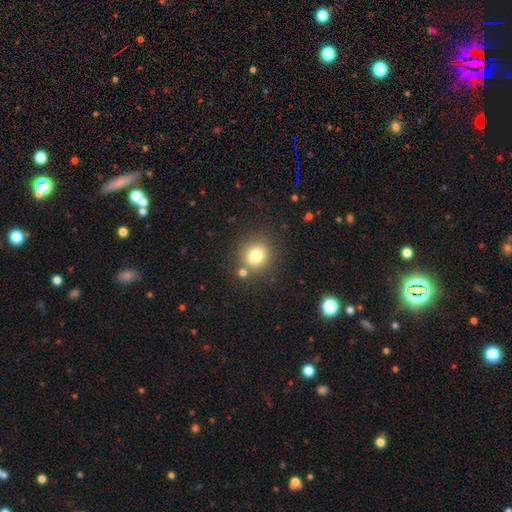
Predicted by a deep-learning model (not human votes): A smooth galaxy with no disk features (77%) that is round (88%). Merging: none (80%).